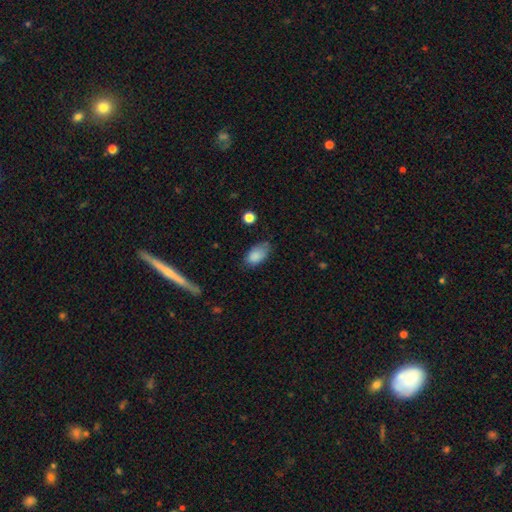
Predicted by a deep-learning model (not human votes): Q: Smooth or featured?
A: smooth (86%); runner-up: star or artifact (8%)
Q: How rounded?
A: in between (91%); runner-up: round (7%)
Q: Merging?
A: none (60%); runner-up: minor disturbance (30%)